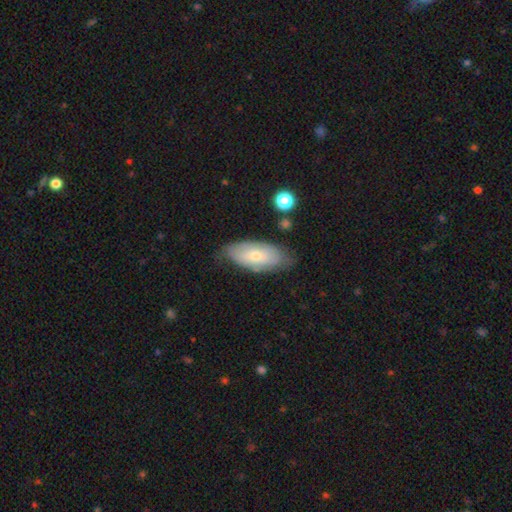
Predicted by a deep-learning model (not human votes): Smooth or featured? Predicted: smooth (p=0.52). How rounded? Predicted: in between (p=0.87). Merging? Predicted: none (p=0.71).